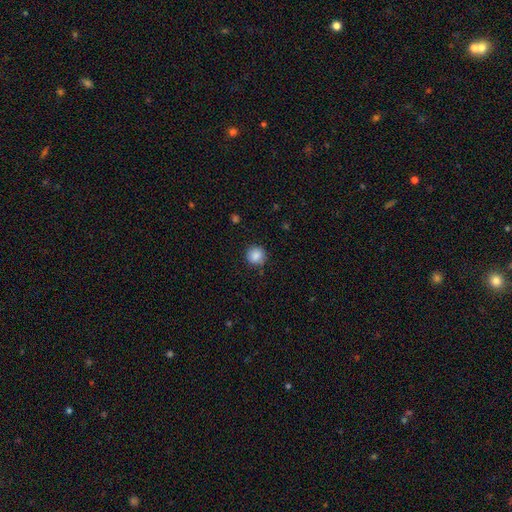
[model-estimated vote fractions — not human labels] Morphology: type=smooth (86%); roundness=round (92%); merging=none (83%).